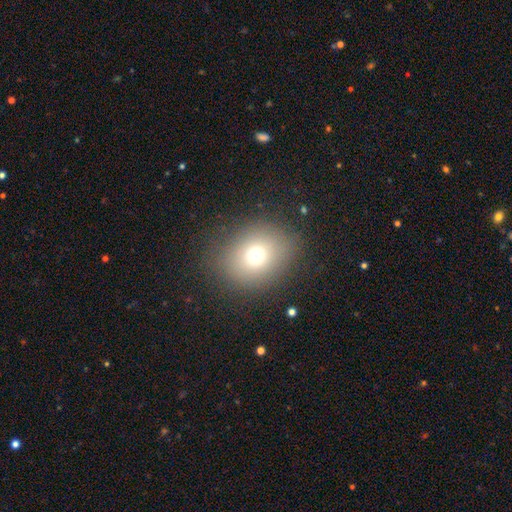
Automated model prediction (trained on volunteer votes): This appears to be a smooth galaxy with no disk features (72%) that is round (63%). Merging: none (83%).